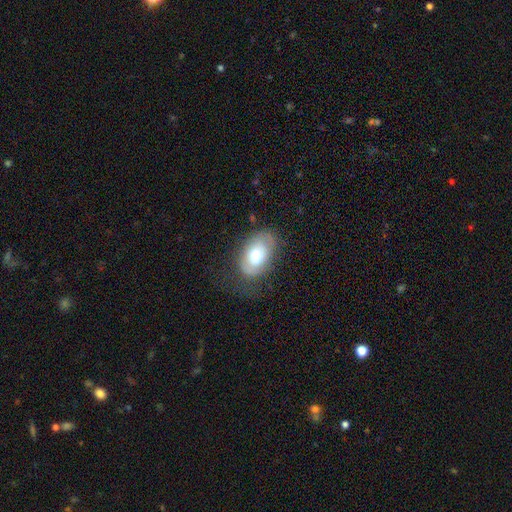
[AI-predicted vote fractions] Overall: smooth (66%; featured or disk 27%). How rounded: in between (90%). Merging: none (62%; minor disturbance 24%).